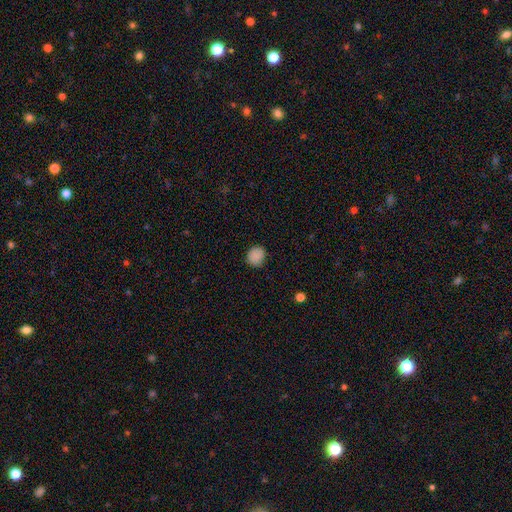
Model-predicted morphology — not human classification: Overall: smooth (88%). How rounded: round (80%). Merging: none (86%).